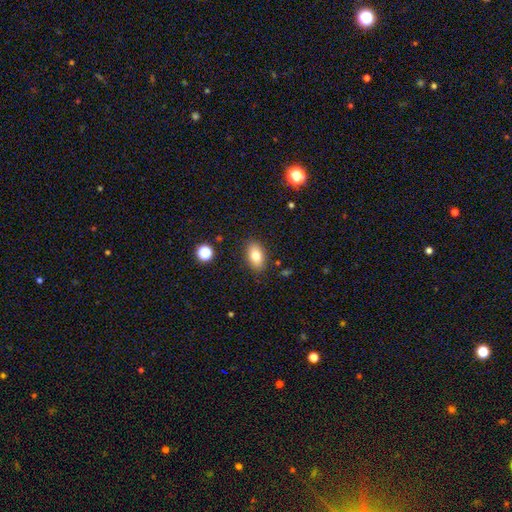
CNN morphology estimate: The model was most divided on "smooth or featured": smooth: 80%, featured or disk: 11%, star or artifact: 9%. More confident: how rounded — in between (88%); merging — none (85%).